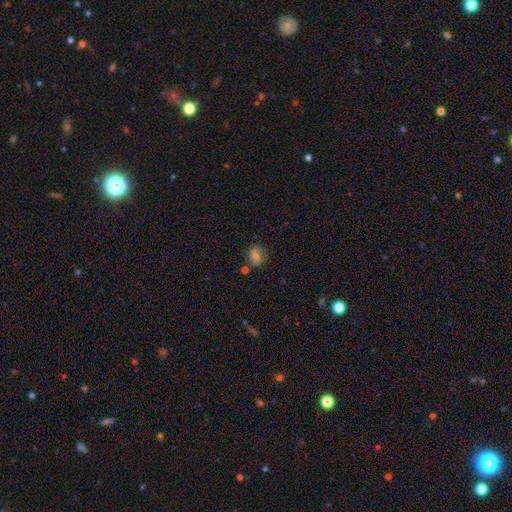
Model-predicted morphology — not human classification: Overall: smooth (60%; featured or disk 28%). How rounded: round (62%; in between 36%). Merging: none (68%).